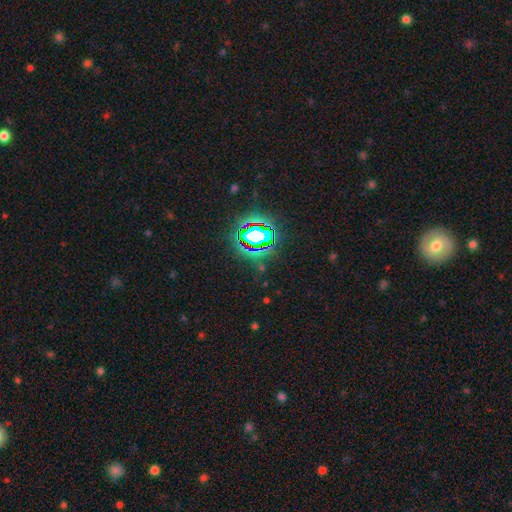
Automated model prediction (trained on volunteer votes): This appears to be a star or artifact, not a galaxy (82%).